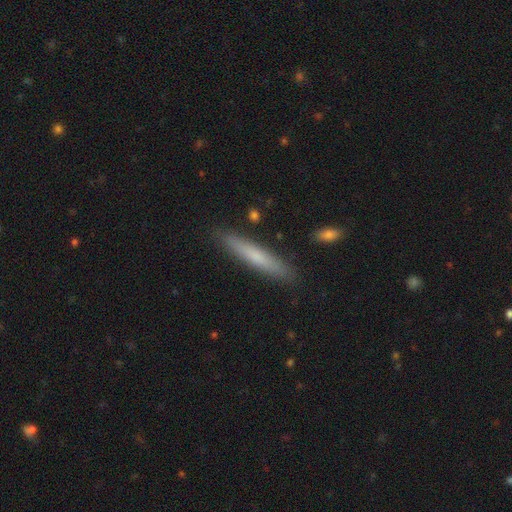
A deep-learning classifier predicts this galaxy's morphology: This is likely a smooth galaxy (66%). How rounded: clearly cigar-shaped (93%). Merging: clearly none (88%).